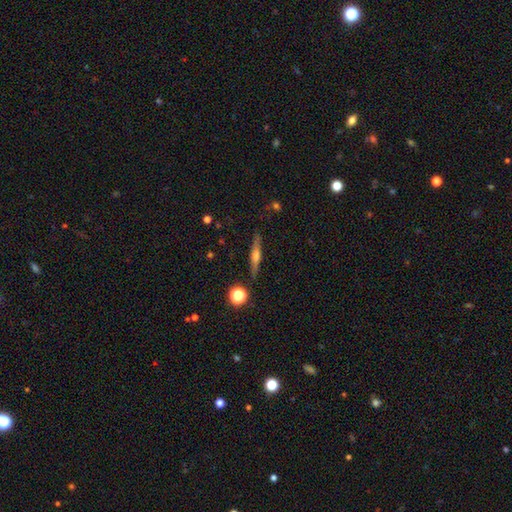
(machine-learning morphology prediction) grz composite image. It shows a featured or disk galaxy (57%) viewed edge-on (95%) with a rounded central bulge (80%). Merging: none (87%).